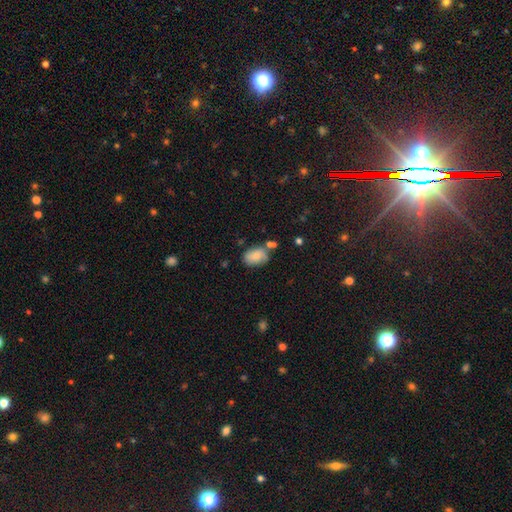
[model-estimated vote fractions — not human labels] The model was most divided on "merging": none: 57%, minor disturbance: 24%, merger: 13%, major disturbance: 6%. More confident: how rounded — in between (85%); smooth or featured — smooth (80%).